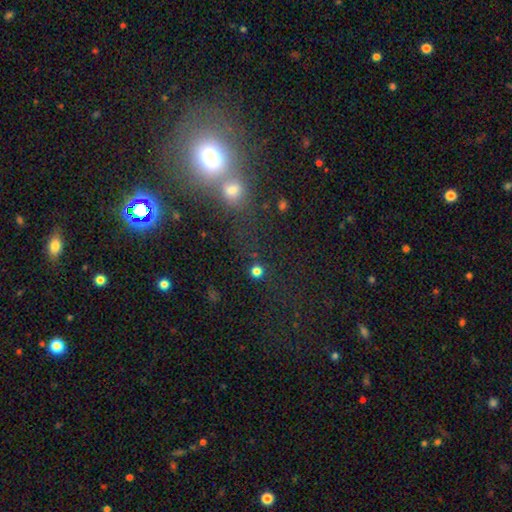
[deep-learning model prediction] Smooth or featured?
  - smooth: 47% *
  - star or artifact: 39%
  - featured or disk: 13%
Merging?
  - merger: 45% *
  - none: 35%
  - major disturbance: 10%
  - minor disturbance: 9%